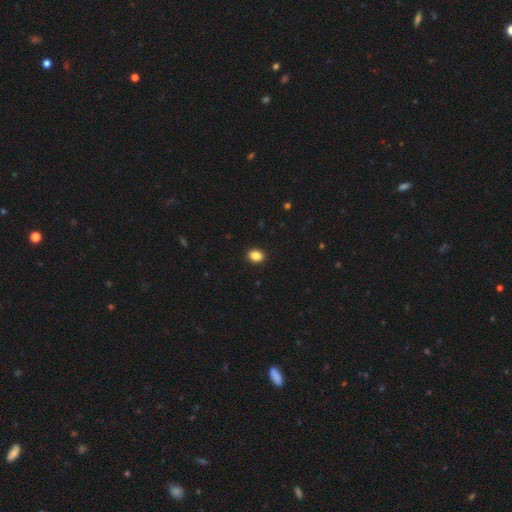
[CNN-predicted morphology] Overall: smooth (88%). How rounded: in between (57%; round 42%). Merging: none (92%).